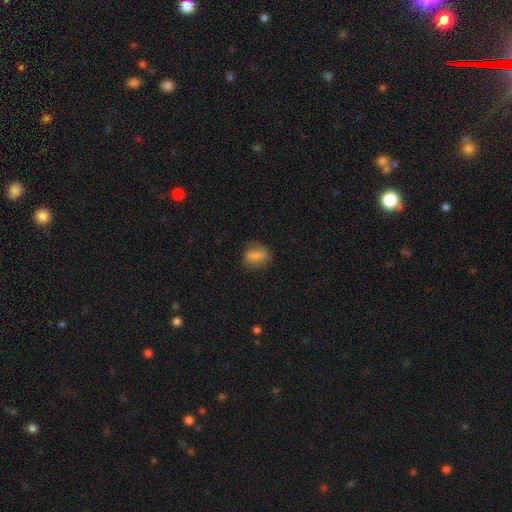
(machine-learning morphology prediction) smooth 69%, featured or disk 22%, star or artifact 9%. Down the decision tree: how rounded — in between (55%); merging — none (74%).